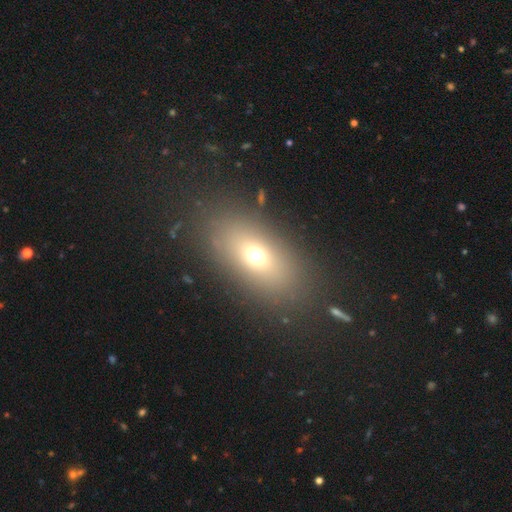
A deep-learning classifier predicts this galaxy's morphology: The model was most divided on "smooth or featured": smooth: 66%, featured or disk: 19%, star or artifact: 15%. More confident: merging — none (83%); how rounded — in between (79%).